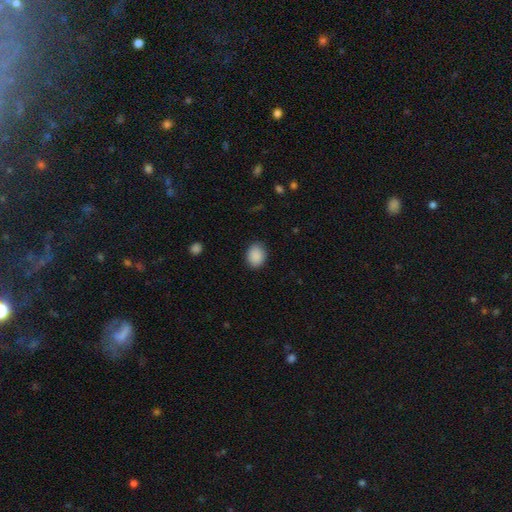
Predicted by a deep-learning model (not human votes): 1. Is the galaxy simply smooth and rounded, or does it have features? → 90% smooth, 7% star or artifact, 3% featured or disk.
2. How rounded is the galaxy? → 58% in between, 41% round, 1% cigar-shaped.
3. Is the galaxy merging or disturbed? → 86% none, 10% minor disturbance, 3% major disturbance, 1% merger.